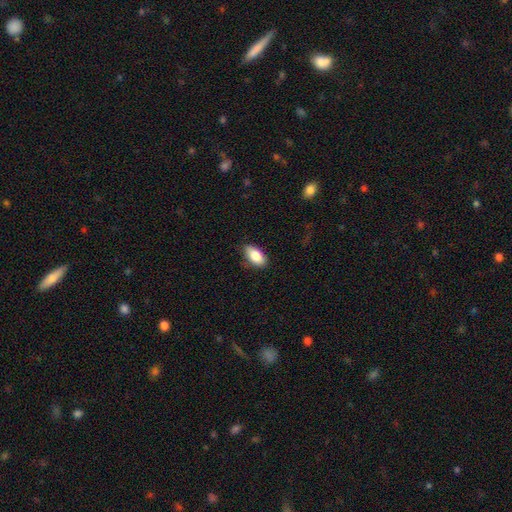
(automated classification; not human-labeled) The model was most divided on "merging": none: 79%, minor disturbance: 17%, major disturbance: 3%, merger: 1%. More confident: how rounded — in between (92%); smooth or featured — smooth (85%).